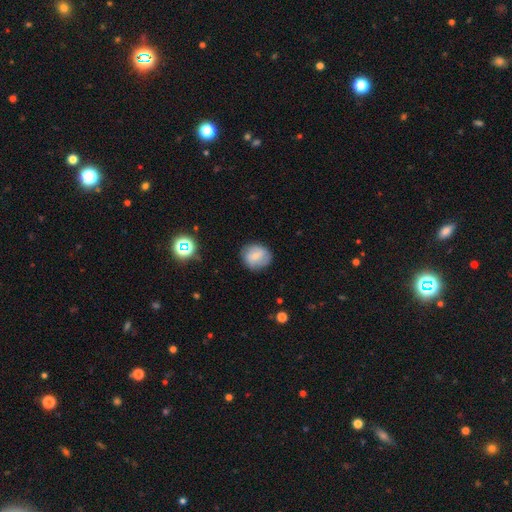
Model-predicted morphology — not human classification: Smooth or featured?
  - smooth: 65% *
  - featured or disk: 25%
  - star or artifact: 9%
How rounded?
  - round: 80% *
  - in between: 19%
  - cigar-shaped: 1%
Merging?
  - none: 81% *
  - minor disturbance: 14%
  - major disturbance: 4%
  - merger: 1%